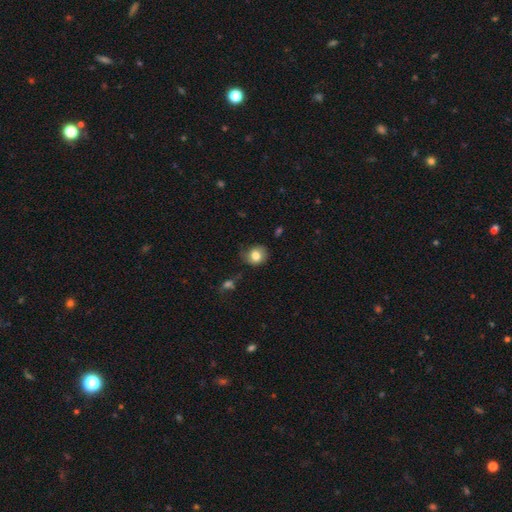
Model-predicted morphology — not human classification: smooth 79%, featured or disk 12%, star or artifact 9%. Down the decision tree: how rounded — round (72%); merging — none (64%).